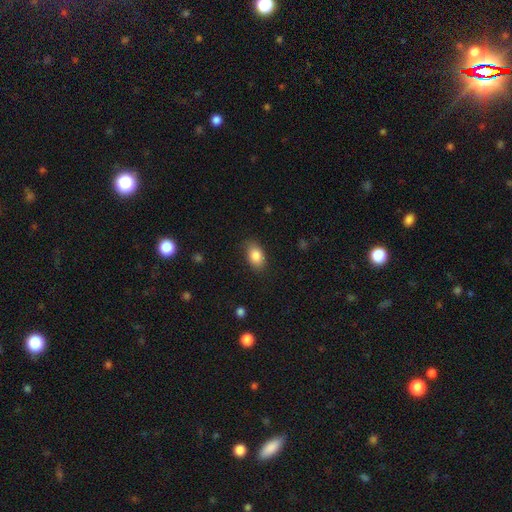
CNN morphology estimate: Smooth or featured? smooth (86%)
How rounded? in between (88%)
Merging? none (81%)